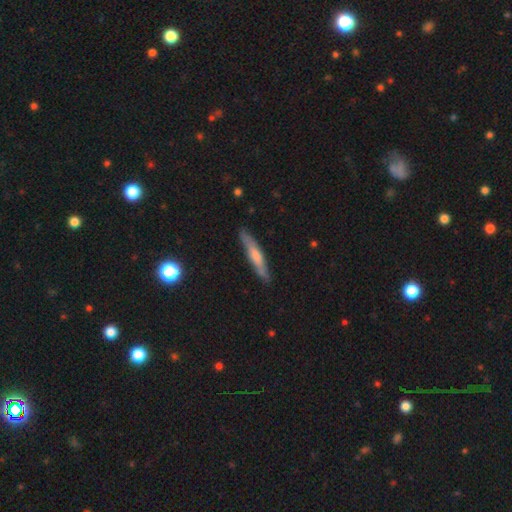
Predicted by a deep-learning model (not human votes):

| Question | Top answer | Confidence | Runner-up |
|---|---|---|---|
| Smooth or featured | smooth | 49% | featured or disk (45%) |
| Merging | none | 88% | minor disturbance (10%) |